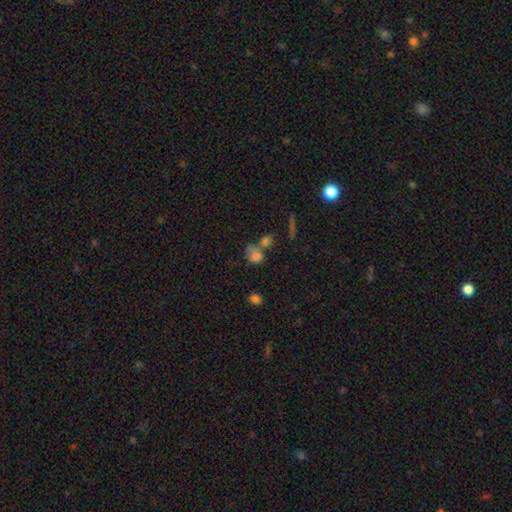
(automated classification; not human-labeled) Smooth or featured? smooth (71%)
How rounded? round (51%)
Merging? merger (45%)